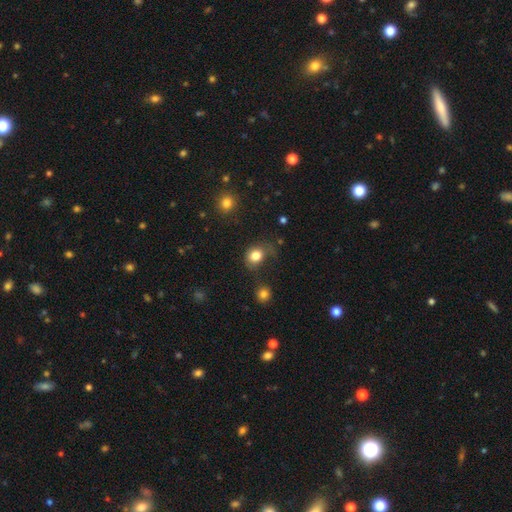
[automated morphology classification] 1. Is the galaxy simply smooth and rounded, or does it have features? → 82% smooth, 11% star or artifact, 8% featured or disk.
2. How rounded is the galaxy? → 59% round, 40% in between, 1% cigar-shaped.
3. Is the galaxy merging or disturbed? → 53% none, 28% minor disturbance, 15% major disturbance, 4% merger.